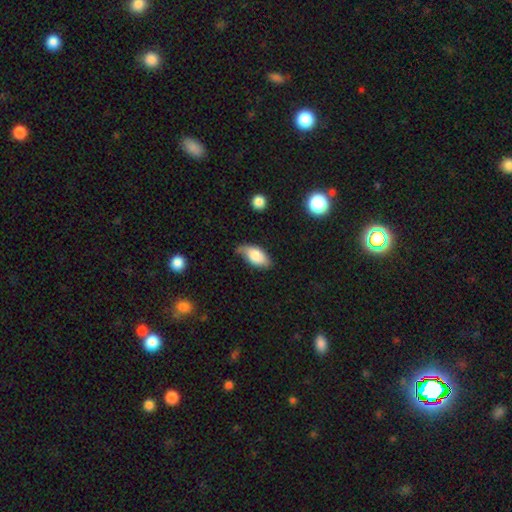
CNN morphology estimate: smooth 78%, featured or disk 15%, star or artifact 7%. Down the decision tree: how rounded — in between (92%); merging — none (58%).